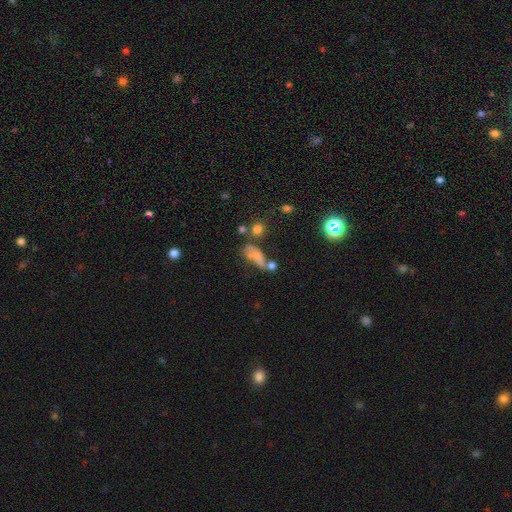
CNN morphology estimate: A smooth galaxy with no disk features (56%) that is in between round and cigar-shaped (66%). Merging: merger (31%).